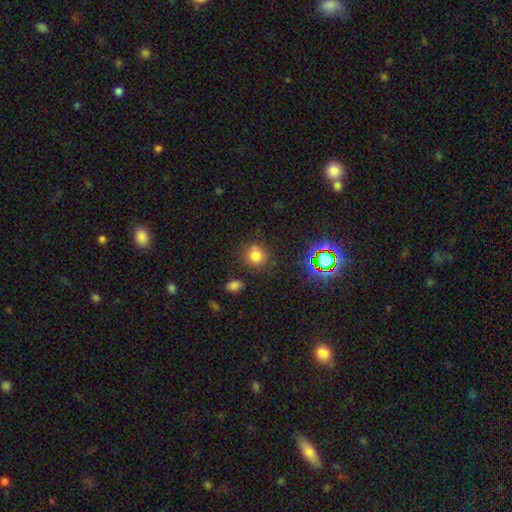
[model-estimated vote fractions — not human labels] A smooth galaxy with no disk features (73%) that is round (85%). Merging: none (80%).